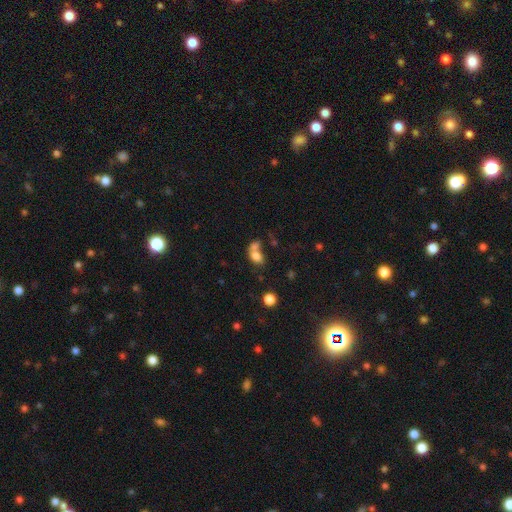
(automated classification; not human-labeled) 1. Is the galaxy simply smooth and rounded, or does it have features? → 76% smooth, 13% featured or disk, 11% star or artifact.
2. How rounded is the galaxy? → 77% in between, 21% round, 2% cigar-shaped.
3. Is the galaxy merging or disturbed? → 59% merger, 26% none, 8% minor disturbance, 7% major disturbance.